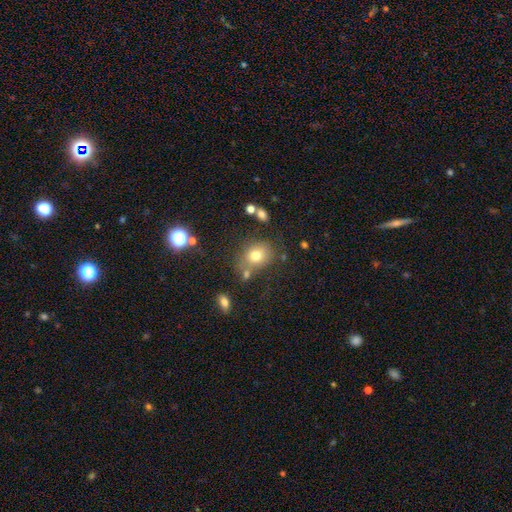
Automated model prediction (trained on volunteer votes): Overall: smooth (74%). How rounded: round (55%; in between 44%). Merging: none (66%).